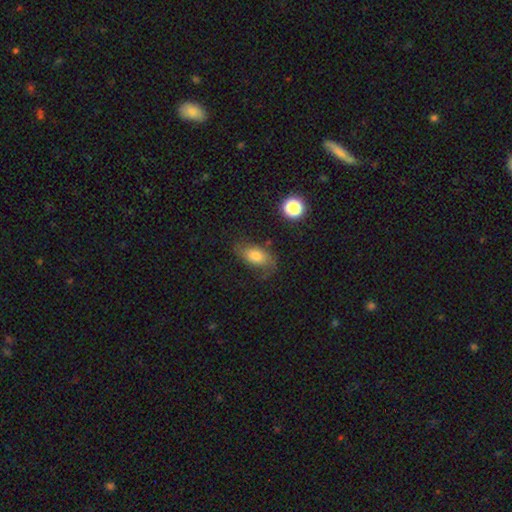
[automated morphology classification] smooth_or_featured: smooth (p=0.51) [alt: featured or disk p=0.38]
how_rounded: in between (p=0.86) [alt: round p=0.10]
merging: none (p=0.56) [alt: minor disturbance p=0.24]